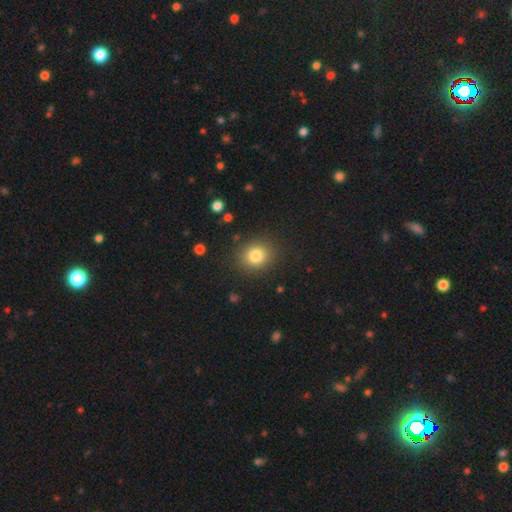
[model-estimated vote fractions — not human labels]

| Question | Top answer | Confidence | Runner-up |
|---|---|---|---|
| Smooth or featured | smooth | 82% | star or artifact (12%) |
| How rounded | round | 76% | in between (23%) |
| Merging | none | 87% | minor disturbance (8%) |